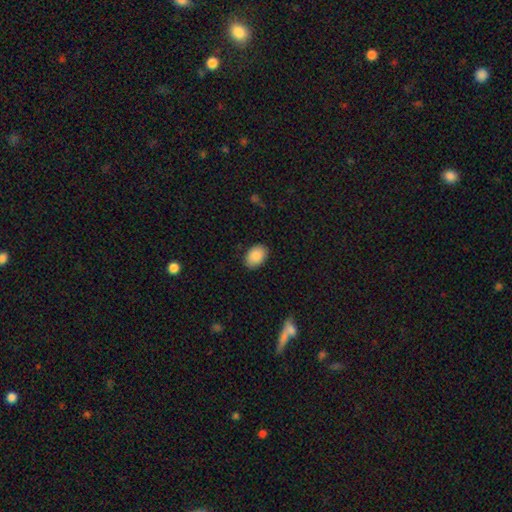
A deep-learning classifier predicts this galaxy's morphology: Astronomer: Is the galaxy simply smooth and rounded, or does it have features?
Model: smooth — 89%.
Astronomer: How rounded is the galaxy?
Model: in between — 83%.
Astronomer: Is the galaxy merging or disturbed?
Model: none — 86%.